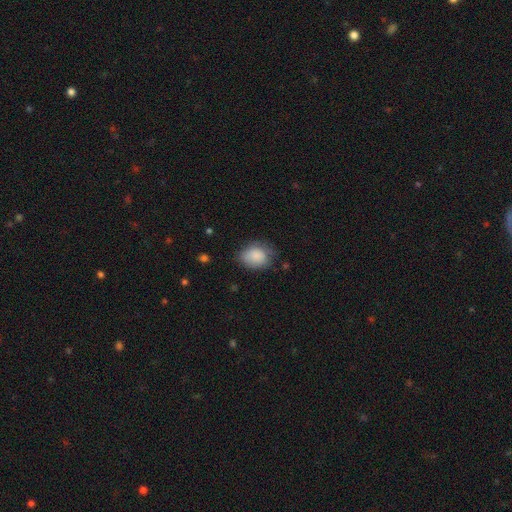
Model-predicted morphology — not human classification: smooth 85%, featured or disk 7%, star or artifact 7%. Down the decision tree: how rounded — in between (60%); merging — none (63%).